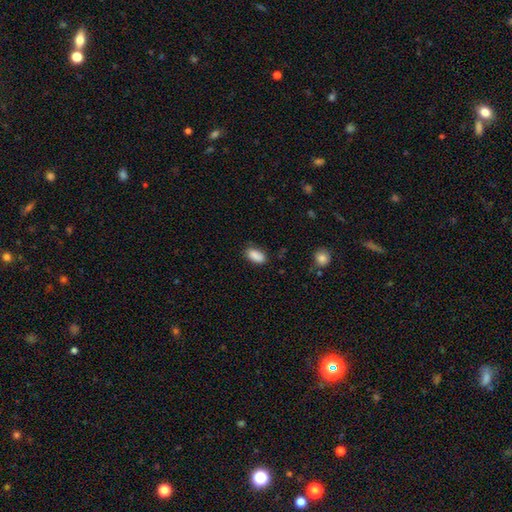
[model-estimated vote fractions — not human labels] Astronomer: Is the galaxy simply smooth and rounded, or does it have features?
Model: smooth — 88%.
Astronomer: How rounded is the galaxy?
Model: in between — 91%.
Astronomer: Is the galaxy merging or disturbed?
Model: none — 79%.